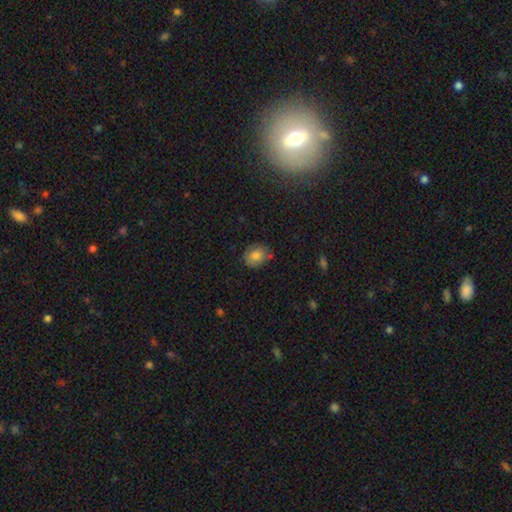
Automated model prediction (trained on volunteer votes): Overall: smooth (81%). How rounded: round (61%; in between 38%). Merging: none (71%).